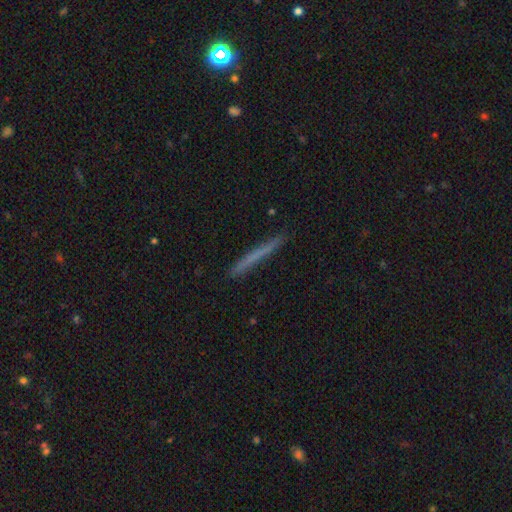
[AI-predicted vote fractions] This appears to be a smooth galaxy with no disk features (58%) that is cigar-shaped (97%). Merging: none (89%).